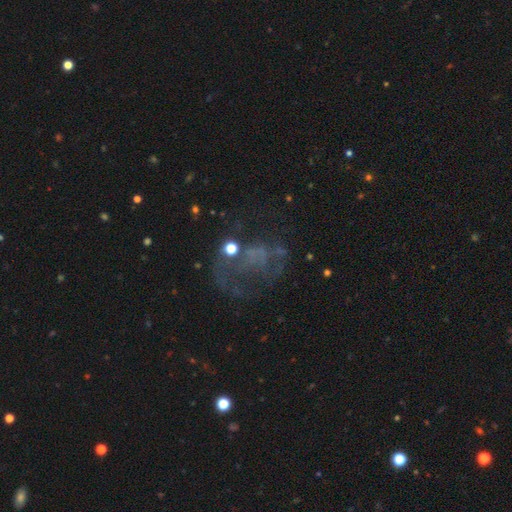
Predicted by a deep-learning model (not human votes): Smooth or featured? Predicted: featured or disk (p=0.51). Edge-on disk? Predicted: no (p=0.96). Merging? Predicted: none (p=0.39).